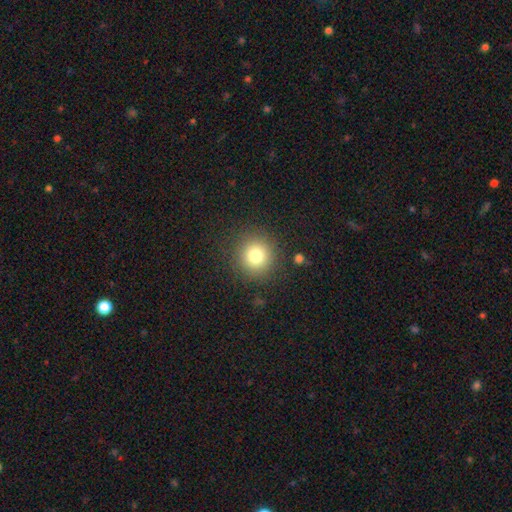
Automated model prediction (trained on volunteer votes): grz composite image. It shows a smooth galaxy with no disk features (79%) that is round (94%). Merging: none (88%).